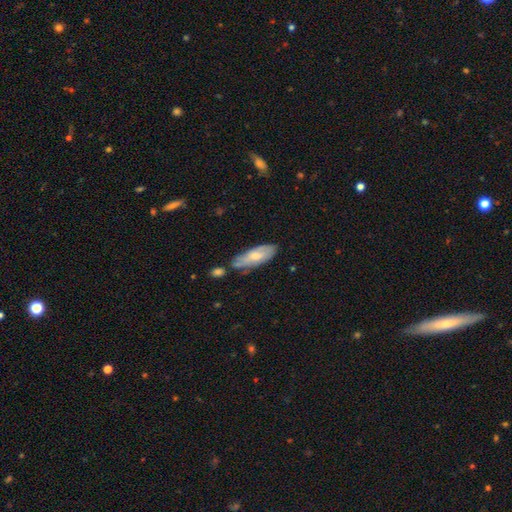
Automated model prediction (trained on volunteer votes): Morphology: type=smooth (63%); roundness=in between (71%); merging=none (58%).